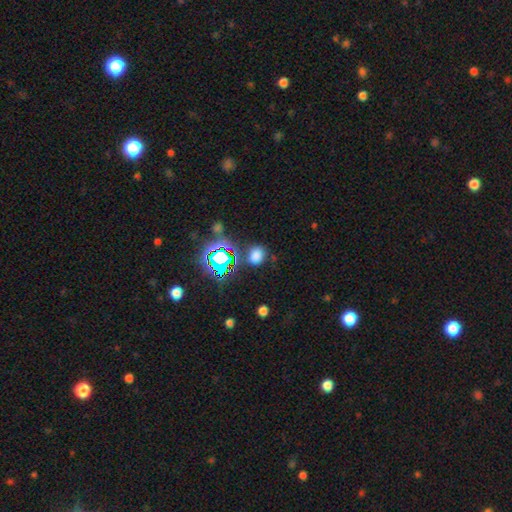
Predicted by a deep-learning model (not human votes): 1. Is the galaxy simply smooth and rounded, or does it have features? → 65% smooth, 29% star or artifact, 7% featured or disk.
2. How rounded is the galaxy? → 70% round, 29% in between, 1% cigar-shaped.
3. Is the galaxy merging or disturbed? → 73% none, 15% minor disturbance, 6% major disturbance, 6% merger.